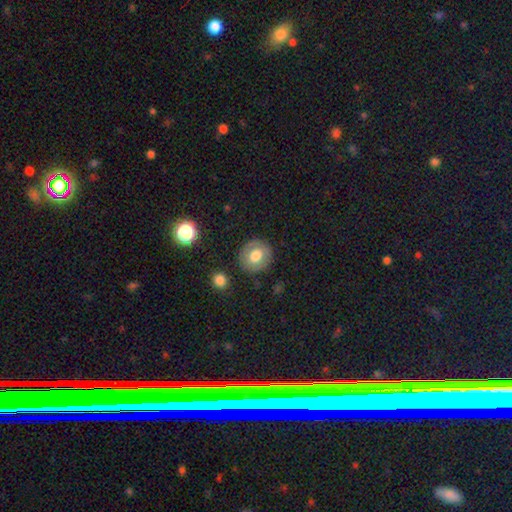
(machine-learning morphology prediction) A smooth galaxy with no disk features (69%) that is round (83%).

Vote fractions:
- Smooth or featured? smooth: 69% / featured or disk: 22% / star or artifact: 9%
- How rounded? round: 83% / in between: 16% / cigar-shaped: 1%
- Merging? none: 84% / minor disturbance: 11% / major disturbance: 4% / merger: 2%